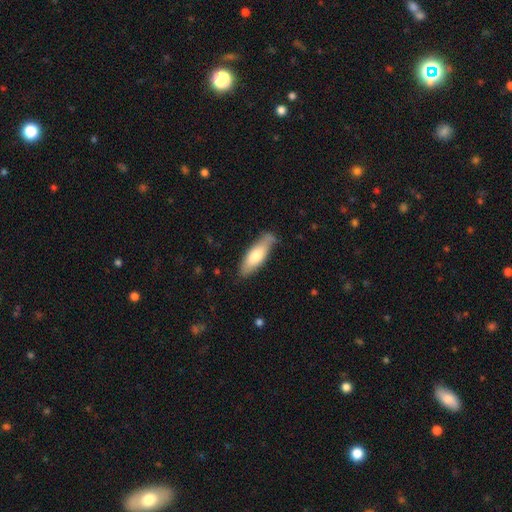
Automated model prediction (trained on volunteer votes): This is likely a smooth galaxy (71%). How rounded: possibly in between (54%). Merging: likely none (73%).